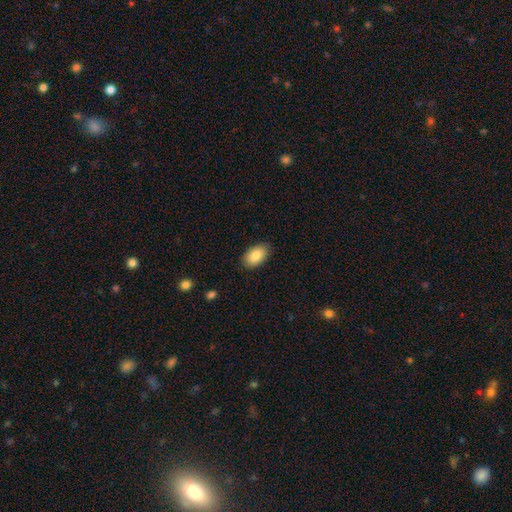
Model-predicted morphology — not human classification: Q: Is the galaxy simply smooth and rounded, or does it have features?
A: smooth — 87%.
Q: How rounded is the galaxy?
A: in between — 93%.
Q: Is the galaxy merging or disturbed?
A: none — 87%.